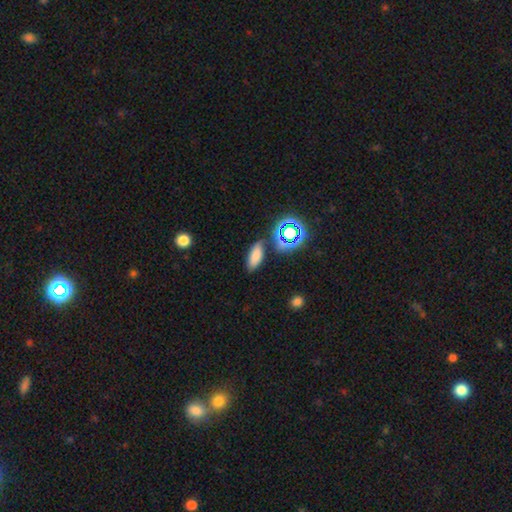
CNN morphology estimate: Smooth or featured? smooth (74%)
How rounded? in between (80%)
Merging? none (79%)